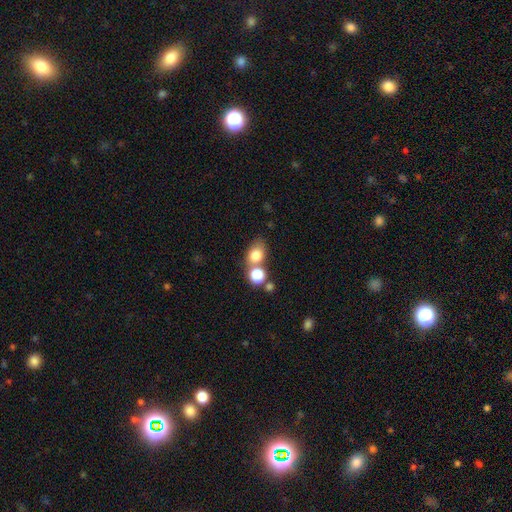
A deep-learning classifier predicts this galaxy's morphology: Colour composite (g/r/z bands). It shows a smooth galaxy with no disk features (77%) that is in between round and cigar-shaped (51%). Merging: none (47%).